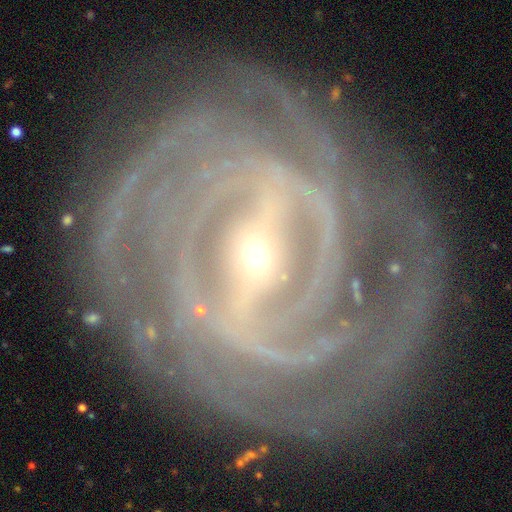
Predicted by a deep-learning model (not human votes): Smooth or featured? featured or disk (90%)
Edge-on disk? no (95%)
Bar? strong (70%)
Spiral arms? yes (97%)
Spiral winding? tight (84%)
Spiral arm count? can't tell (25%)
Bulge size? small (62%)
Merging? none (84%)